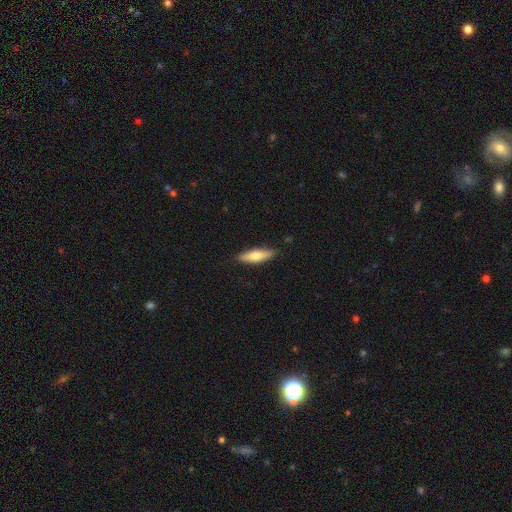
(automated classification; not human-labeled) Smooth or featured? smooth (69%)
How rounded? cigar-shaped (61%)
Merging? none (88%)